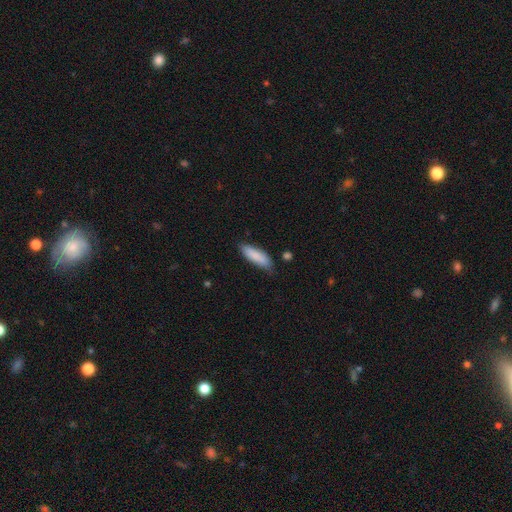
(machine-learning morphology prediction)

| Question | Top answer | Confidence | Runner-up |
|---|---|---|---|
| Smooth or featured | smooth | 86% | featured or disk (8%) |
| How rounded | in between | 52% | cigar-shaped (47%) |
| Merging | none | 75% | minor disturbance (20%) |